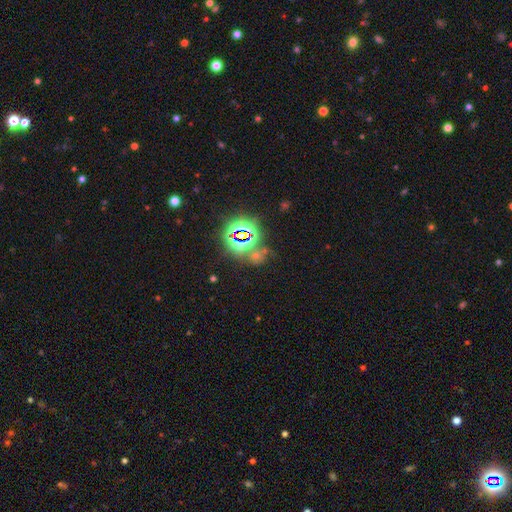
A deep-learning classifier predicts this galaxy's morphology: Smooth or featured?
  - star or artifact: 73% *
  - smooth: 18%
  - featured or disk: 9%